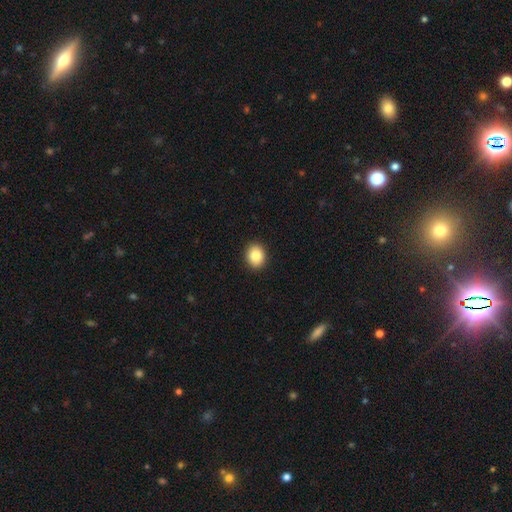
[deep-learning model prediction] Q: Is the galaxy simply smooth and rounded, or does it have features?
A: smooth — 86%.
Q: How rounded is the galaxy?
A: round — 58%.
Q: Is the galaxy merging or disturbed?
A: none — 92%.